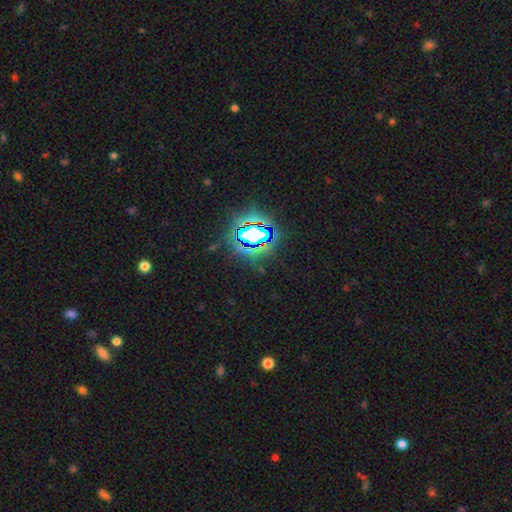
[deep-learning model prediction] smooth_or_featured: star or artifact (p=0.84) [alt: smooth p=0.09]